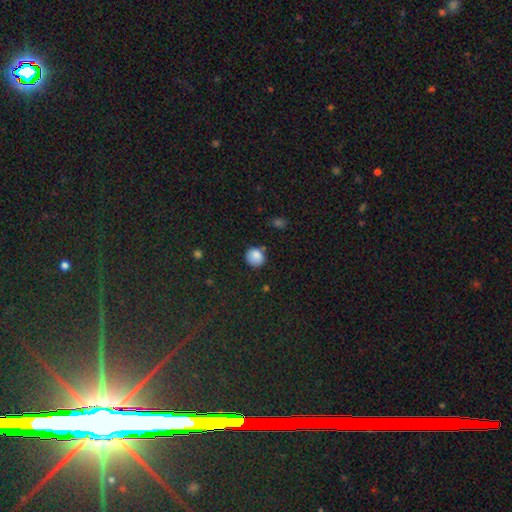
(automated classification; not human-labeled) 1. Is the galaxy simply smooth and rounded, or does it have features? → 85% smooth, 10% star or artifact, 5% featured or disk.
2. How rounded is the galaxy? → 84% round, 15% in between, 1% cigar-shaped.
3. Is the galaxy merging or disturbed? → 75% none, 17% minor disturbance, 4% merger, 3% major disturbance.